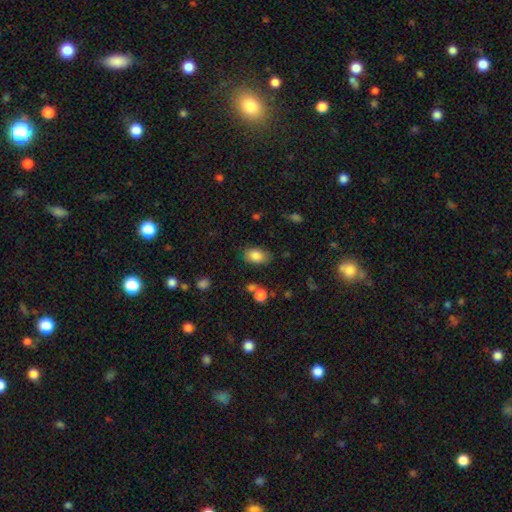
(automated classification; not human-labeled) Smooth or featured? smooth (84%)
How rounded? in between (85%)
Merging? none (76%)